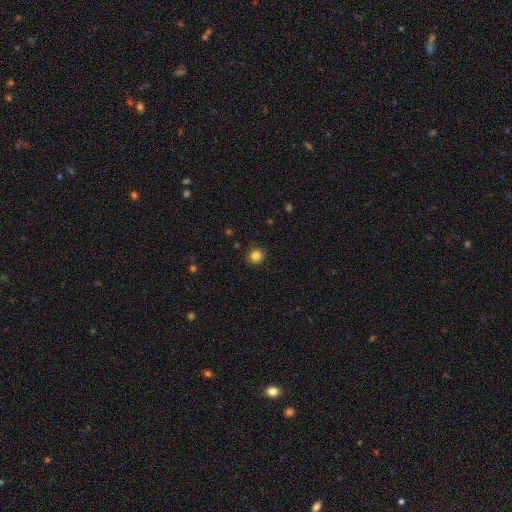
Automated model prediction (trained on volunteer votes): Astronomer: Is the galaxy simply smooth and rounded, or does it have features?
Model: smooth — 85%.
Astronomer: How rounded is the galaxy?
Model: round — 88%.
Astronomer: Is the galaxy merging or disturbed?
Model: none — 90%.